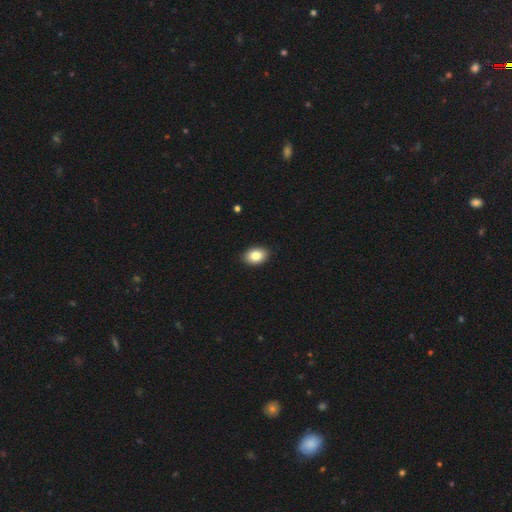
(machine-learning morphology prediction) A smooth galaxy with no disk features (84%) that is in between round and cigar-shaped (81%).

Vote fractions:
- Smooth or featured? smooth: 84% / featured or disk: 8% / star or artifact: 8%
- How rounded? in between: 81% / round: 18% / cigar-shaped: 1%
- Merging? none: 90% / minor disturbance: 8% / major disturbance: 2% / merger: 1%